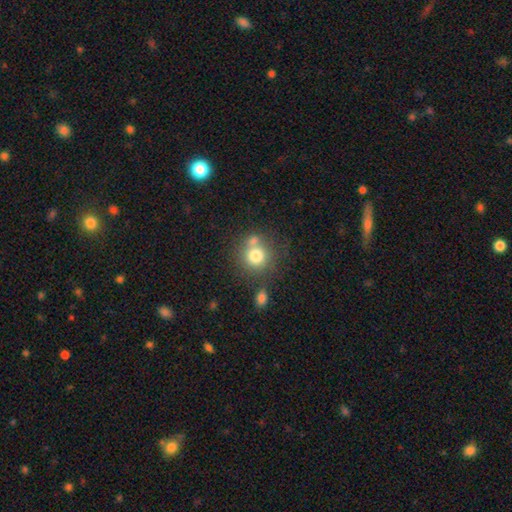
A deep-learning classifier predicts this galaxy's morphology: type=smooth (75%); roundness=round (89%); merging=none (59%).